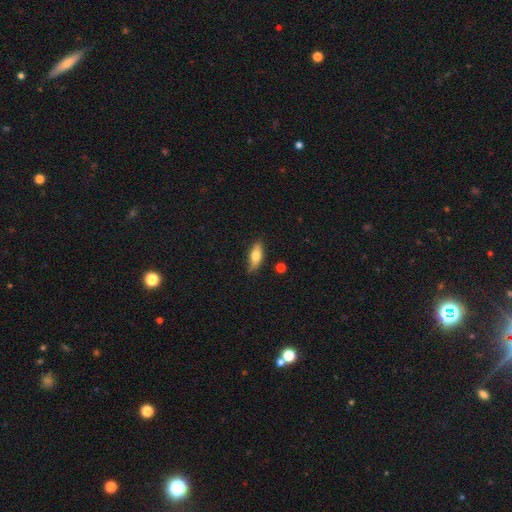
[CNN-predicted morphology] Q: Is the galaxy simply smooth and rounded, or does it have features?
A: smooth — 67%.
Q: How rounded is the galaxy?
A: in between — 67%.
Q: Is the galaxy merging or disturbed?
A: none — 79%.